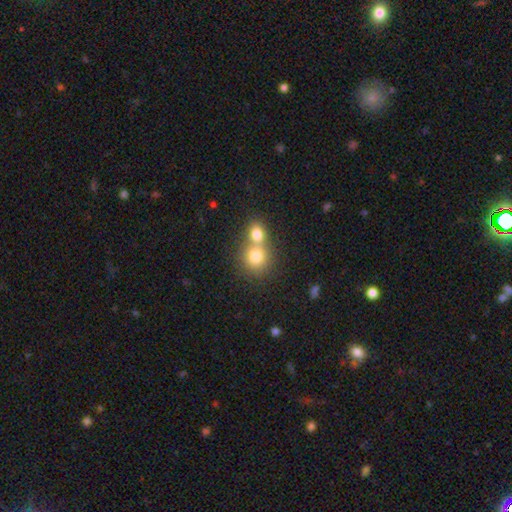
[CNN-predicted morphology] A smooth galaxy with no disk features (78%) that is round (81%).

Vote fractions:
- Smooth or featured? smooth: 78% / featured or disk: 12% / star or artifact: 11%
- How rounded? round: 81% / in between: 18% / cigar-shaped: 1%
- Merging? merger: 57% / none: 35% / minor disturbance: 6% / major disturbance: 3%